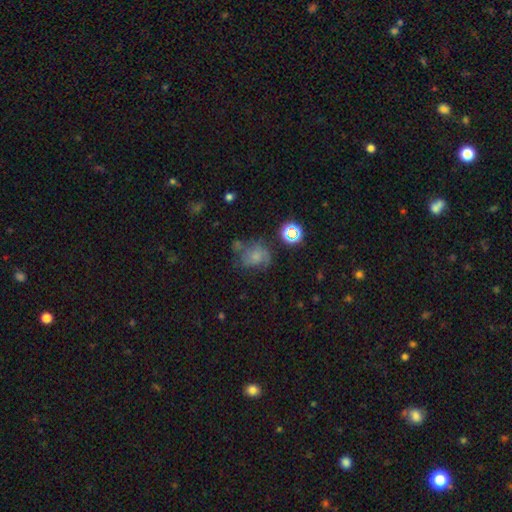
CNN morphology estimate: The model was most divided on "merging": none: 43%, minor disturbance: 26%, major disturbance: 20%, merger: 12%. More confident: how rounded — round (61%); smooth or featured — smooth (51%).